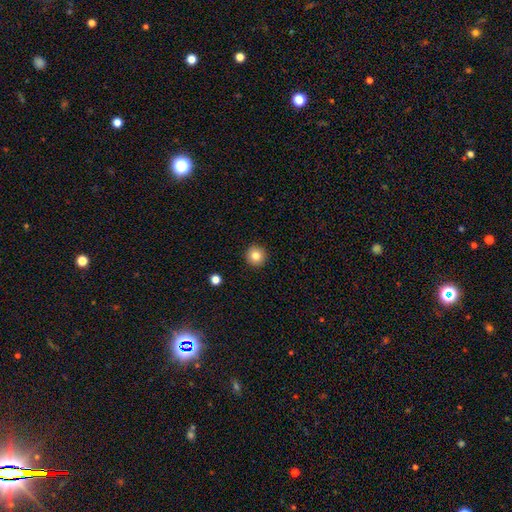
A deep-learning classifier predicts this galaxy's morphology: A smooth galaxy with no disk features (82%) that is round (95%). Merging: none (93%).